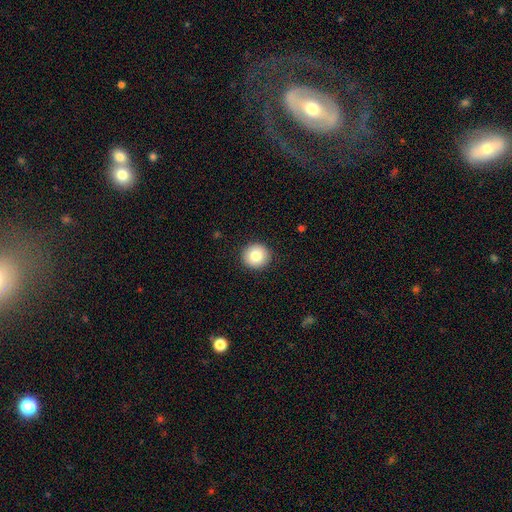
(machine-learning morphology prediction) Smooth or featured? Predicted: smooth (p=0.83). How rounded? Predicted: round (p=0.93). Merging? Predicted: none (p=0.91).